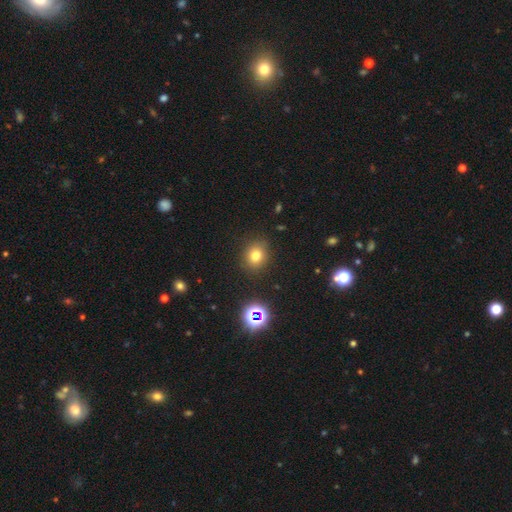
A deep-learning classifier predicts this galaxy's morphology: This is likely a smooth galaxy (74%). How rounded: likely round (77%). Merging: clearly none (87%).